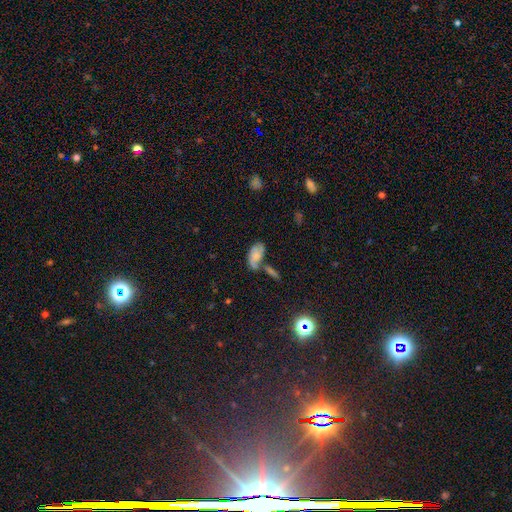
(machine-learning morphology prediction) Smooth or featured: smooth — 57% (featured or disk — 33%)
How rounded: in between — 91% (cigar-shaped — 5%)
Merging: none — 37% (merger — 31%)